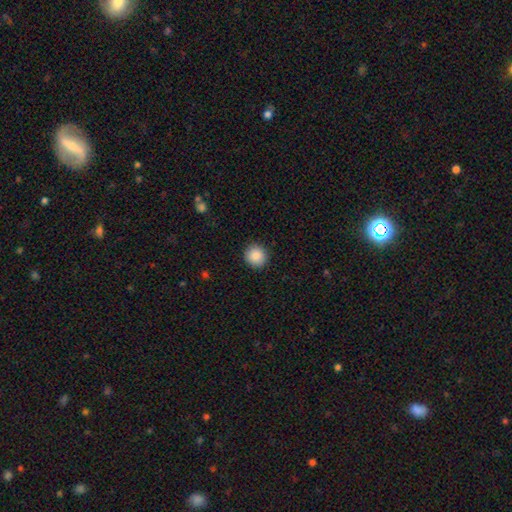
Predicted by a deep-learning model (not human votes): Morphology: type=smooth (88%); roundness=round (92%); merging=none (91%).